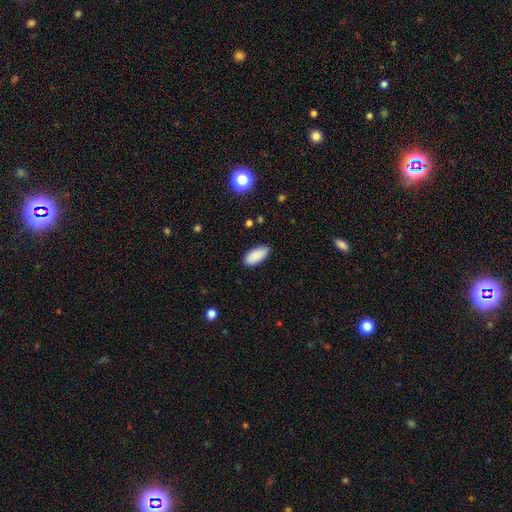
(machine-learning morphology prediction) smooth-or-featured: smooth: 89% | star or artifact: 7% | featured or disk: 4%
  how-rounded: in between: 91% | cigar-shaped: 7% | round: 2%
  merging: none: 87% | minor disturbance: 10% | major disturbance: 2% | merger: 1%